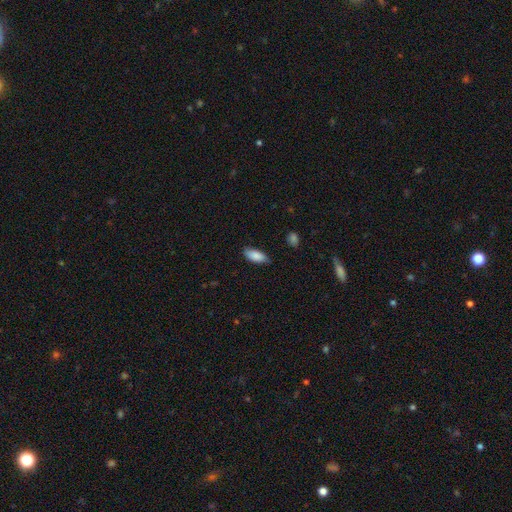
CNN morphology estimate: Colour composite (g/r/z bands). It shows a smooth galaxy with no disk features (87%) that is in between round and cigar-shaped (86%). Merging: none (79%).